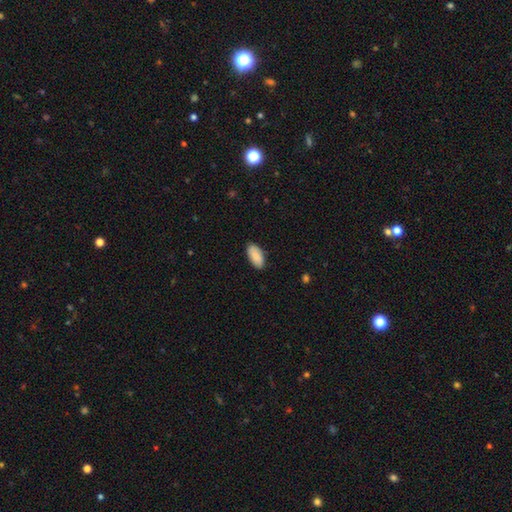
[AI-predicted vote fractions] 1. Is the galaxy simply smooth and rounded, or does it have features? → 88% smooth, 7% featured or disk, 6% star or artifact.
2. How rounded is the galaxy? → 93% in between, 5% cigar-shaped, 2% round.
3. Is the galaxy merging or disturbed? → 87% none, 10% minor disturbance, 2% major disturbance, 1% merger.